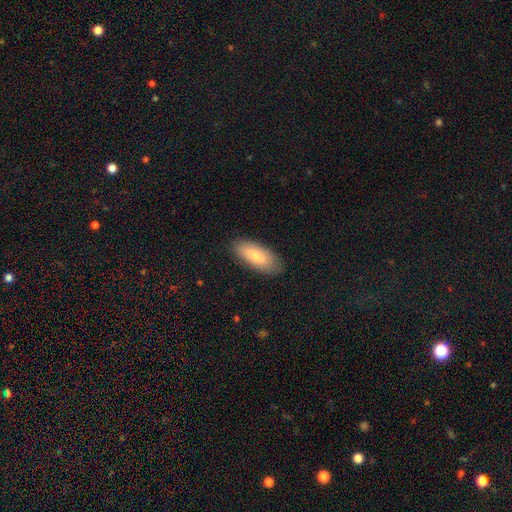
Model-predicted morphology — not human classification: Q: Smooth or featured?
A: smooth (82%); runner-up: featured or disk (13%)
Q: How rounded?
A: in between (82%); runner-up: cigar-shaped (16%)
Q: Merging?
A: none (86%); runner-up: minor disturbance (10%)